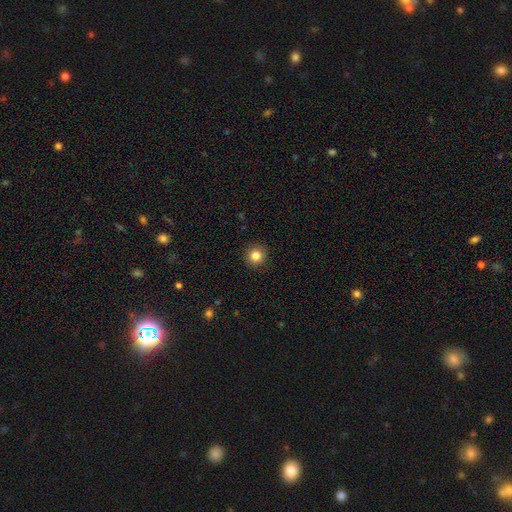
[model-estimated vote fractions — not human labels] The model was most divided on "smooth or featured": smooth: 84%, star or artifact: 11%, featured or disk: 5%. More confident: how rounded — round (94%); merging — none (92%).